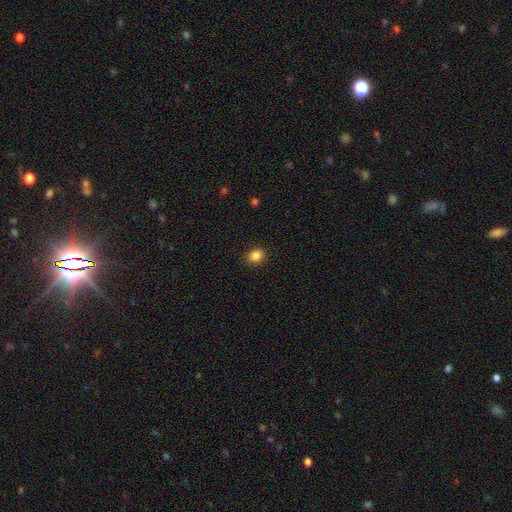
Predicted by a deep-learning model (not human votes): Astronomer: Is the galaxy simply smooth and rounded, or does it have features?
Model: smooth — 86%.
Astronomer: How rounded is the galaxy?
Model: in between — 51% (runner-up: round, 48%).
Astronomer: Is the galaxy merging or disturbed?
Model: none — 89%.